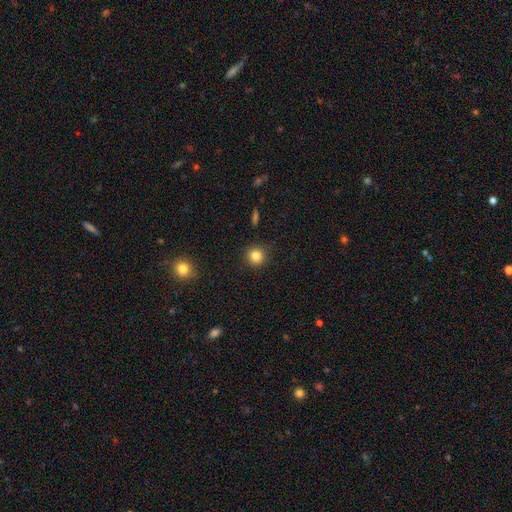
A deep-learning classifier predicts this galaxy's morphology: Smooth or featured? smooth (83%)
How rounded? round (93%)
Merging? none (90%)